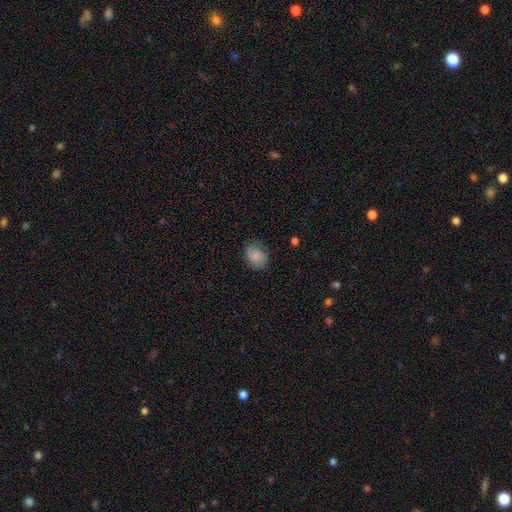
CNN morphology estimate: type=smooth (81%); roundness=in between (55%); merging=none (74%).